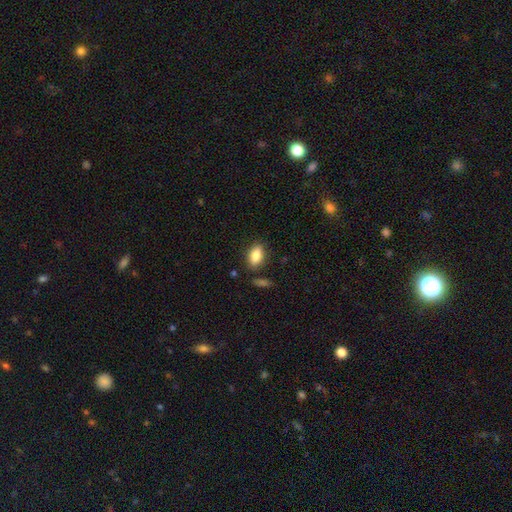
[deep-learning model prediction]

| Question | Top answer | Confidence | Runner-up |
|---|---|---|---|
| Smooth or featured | smooth | 83% | featured or disk (9%) |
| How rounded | in between | 88% | round (7%) |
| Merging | none | 83% | minor disturbance (11%) |